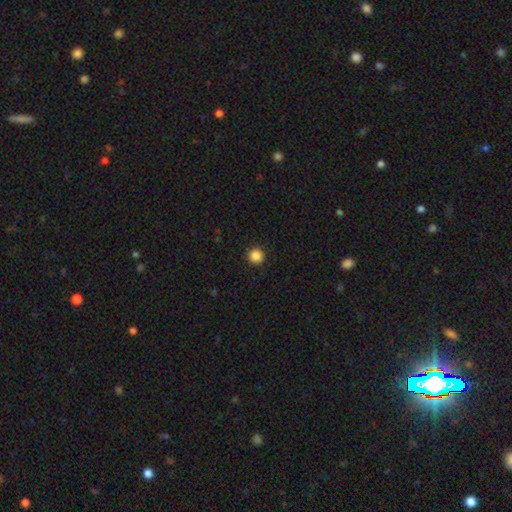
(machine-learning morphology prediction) Smooth or featured? Predicted: smooth (p=0.87). How rounded? Predicted: round (p=0.96). Merging? Predicted: none (p=0.93).